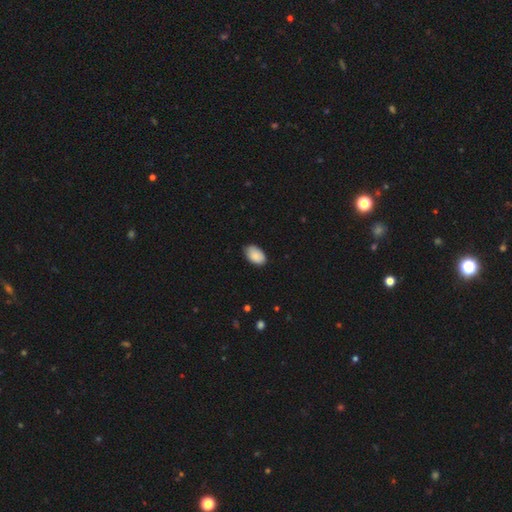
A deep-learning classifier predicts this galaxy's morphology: Smooth or featured?
  - smooth: 89% *
  - star or artifact: 7%
  - featured or disk: 5%
How rounded?
  - in between: 93% *
  - round: 6%
  - cigar-shaped: 1%
Merging?
  - none: 81% *
  - minor disturbance: 16%
  - major disturbance: 2%
  - merger: 1%